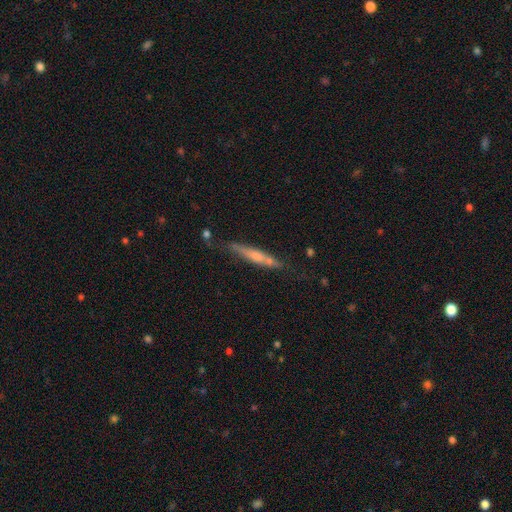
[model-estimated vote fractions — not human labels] Smooth or featured? Predicted: featured or disk (p=0.52). Edge-on disk? Predicted: yes (p=0.91). Merging? Predicted: none (p=0.68).